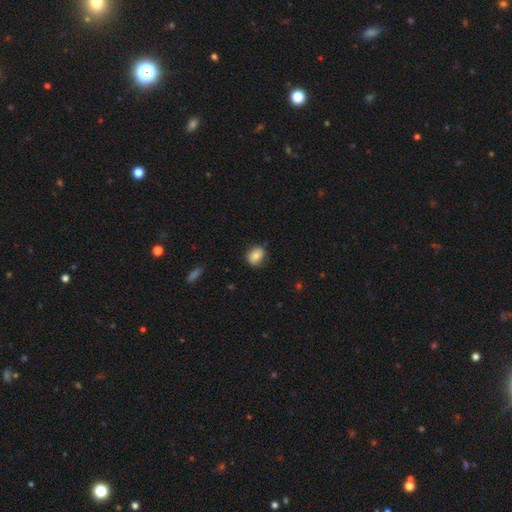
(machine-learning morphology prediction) Q: Smooth or featured?
A: smooth (82%); runner-up: featured or disk (10%)
Q: How rounded?
A: in between (56%); runner-up: round (42%)
Q: Merging?
A: none (77%); runner-up: minor disturbance (18%)